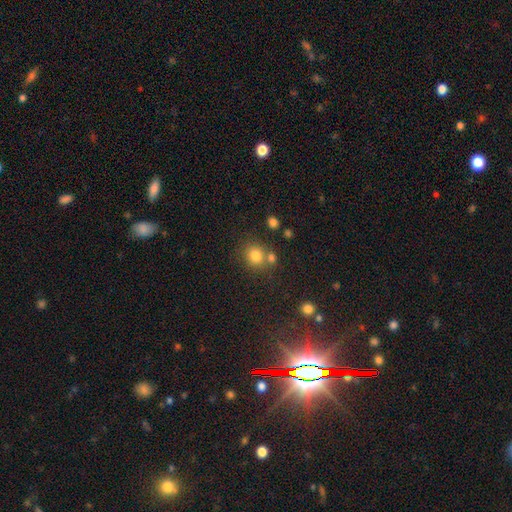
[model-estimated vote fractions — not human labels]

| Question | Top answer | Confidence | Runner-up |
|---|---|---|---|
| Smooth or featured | smooth | 80% | star or artifact (13%) |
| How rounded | round | 78% | in between (21%) |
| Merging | none | 63% | merger (23%) |